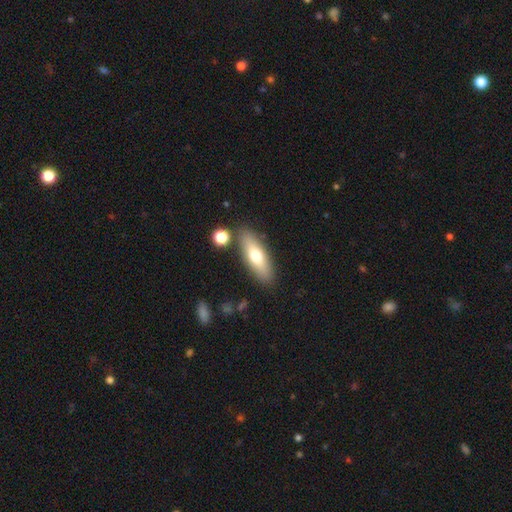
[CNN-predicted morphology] smooth-or-featured: smooth: 65% | featured or disk: 29% | star or artifact: 6%
  how-rounded: in between: 54% | cigar-shaped: 43% | round: 3%
  merging: none: 84% | minor disturbance: 9% | merger: 4% | major disturbance: 3%